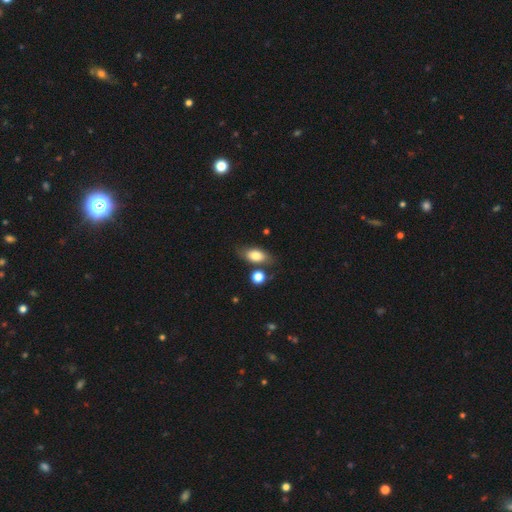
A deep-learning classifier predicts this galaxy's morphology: A smooth galaxy with no disk features (77%) that is in between round and cigar-shaped (86%). Merging: none (66%).